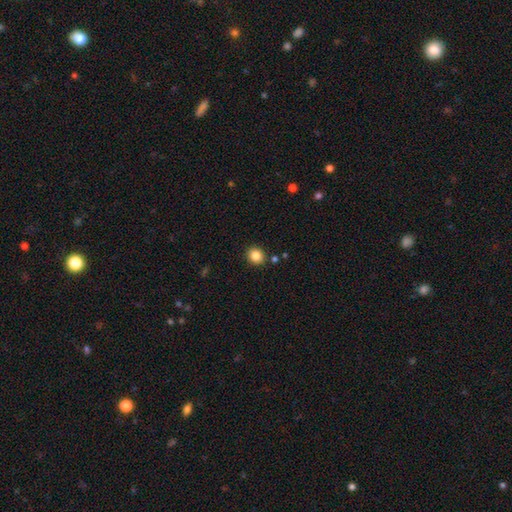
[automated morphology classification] smooth_or_featured: smooth (p=0.85) [alt: star or artifact p=0.11]
how_rounded: round (p=0.81) [alt: in between p=0.18]
merging: none (p=0.88) [alt: minor disturbance p=0.07]